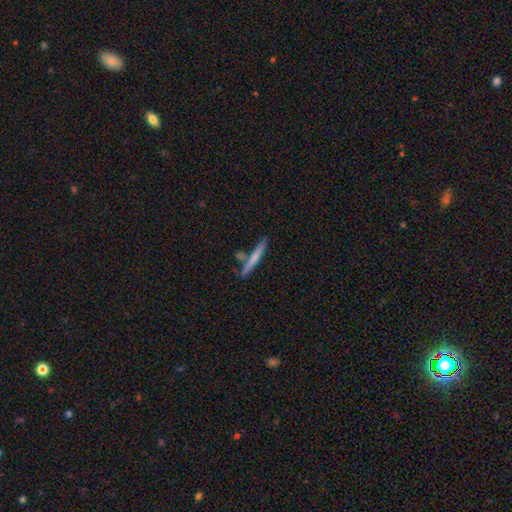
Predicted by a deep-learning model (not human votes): smooth 60%, featured or disk 34%, star or artifact 6%. Down the decision tree: how rounded — cigar-shaped (95%); merging — none (77%).